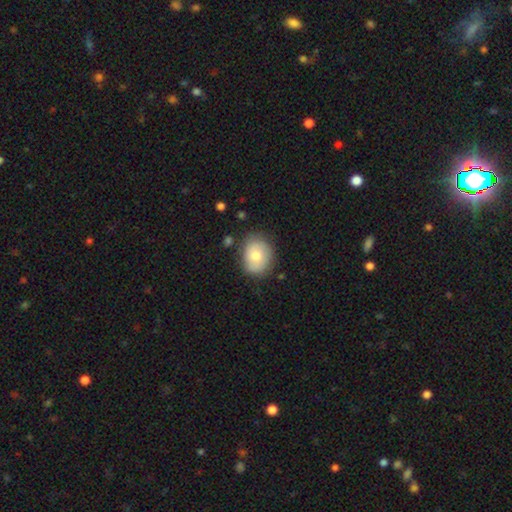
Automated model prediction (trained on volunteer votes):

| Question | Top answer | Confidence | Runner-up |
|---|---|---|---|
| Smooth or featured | smooth | 73% | featured or disk (20%) |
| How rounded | round | 52% | in between (47%) |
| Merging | none | 75% | minor disturbance (19%) |